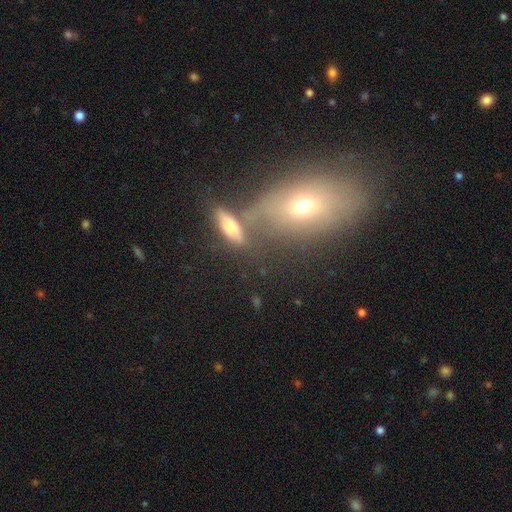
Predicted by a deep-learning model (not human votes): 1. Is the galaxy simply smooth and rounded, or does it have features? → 43% smooth, 39% featured or disk, 18% star or artifact.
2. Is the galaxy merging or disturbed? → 48% none, 36% merger, 11% minor disturbance, 5% major disturbance.